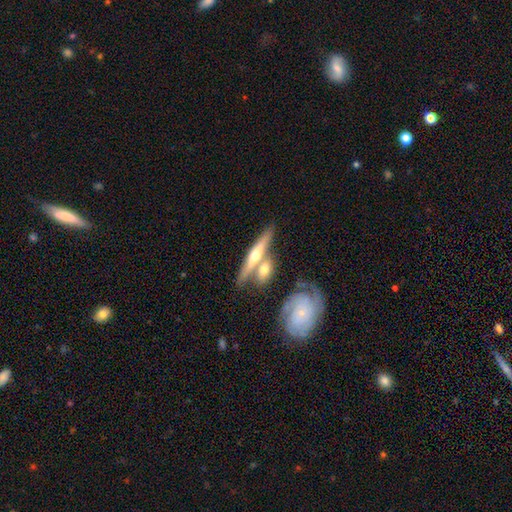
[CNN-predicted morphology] featured or disk 63%, smooth 32%, star or artifact 5%. Down the decision tree: edge-on disk — yes (82%); edge-on bulge — rounded (89%); merging — none (50%).